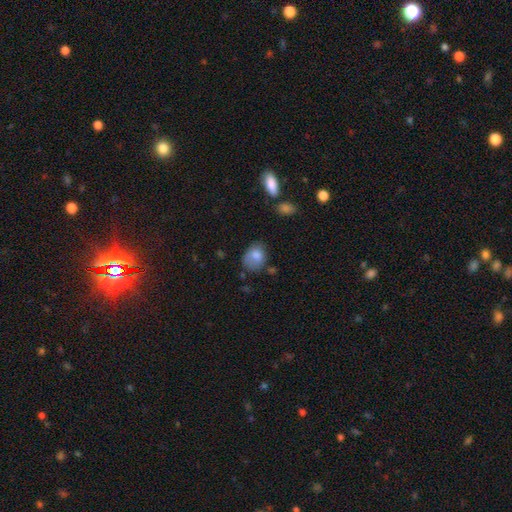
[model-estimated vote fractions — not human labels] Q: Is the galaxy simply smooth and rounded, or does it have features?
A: smooth — 78%.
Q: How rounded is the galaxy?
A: in between — 58%.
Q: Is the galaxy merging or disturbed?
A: none — 48%.